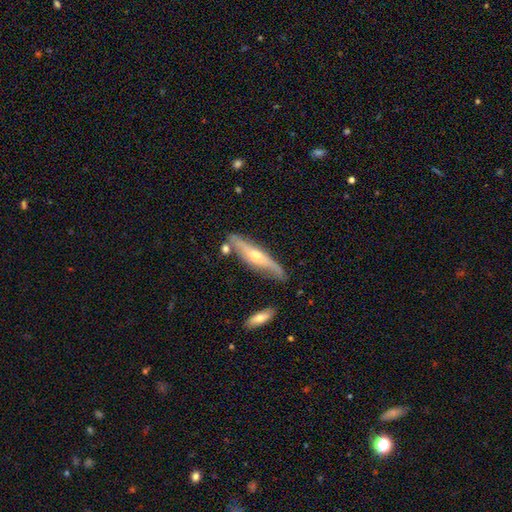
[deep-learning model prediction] Smooth or featured? Predicted: featured or disk (p=0.67). Edge-on disk? Predicted: yes (p=0.77). Edge-on bulge? Predicted: rounded (p=0.87). Merging? Predicted: none (p=0.66).